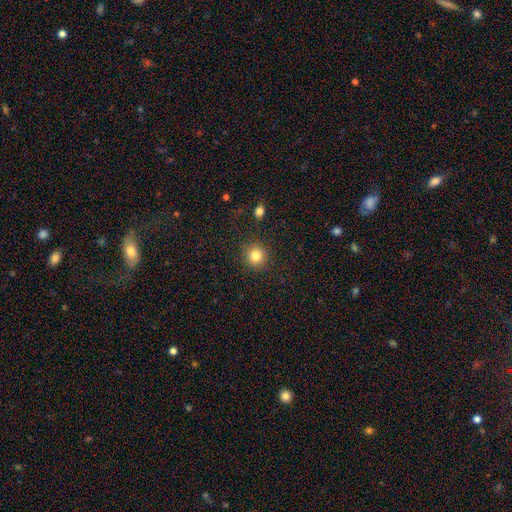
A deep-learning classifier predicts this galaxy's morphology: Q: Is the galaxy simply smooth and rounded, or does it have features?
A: smooth — 83%.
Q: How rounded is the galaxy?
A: round — 93%.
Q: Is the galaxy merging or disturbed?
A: none — 91%.